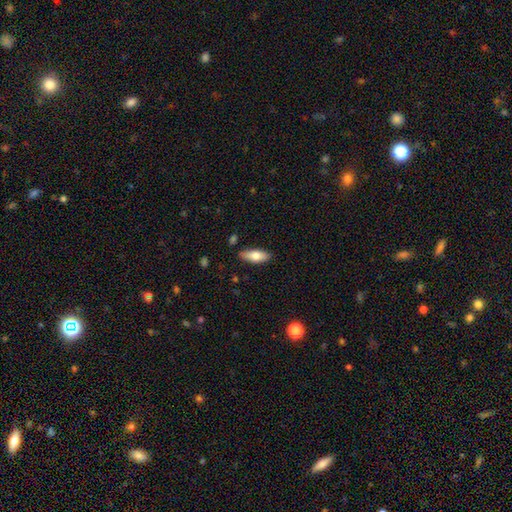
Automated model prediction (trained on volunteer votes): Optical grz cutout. It shows a smooth galaxy with no disk features (72%) that is in between round and cigar-shaped (73%). Merging: none (84%).